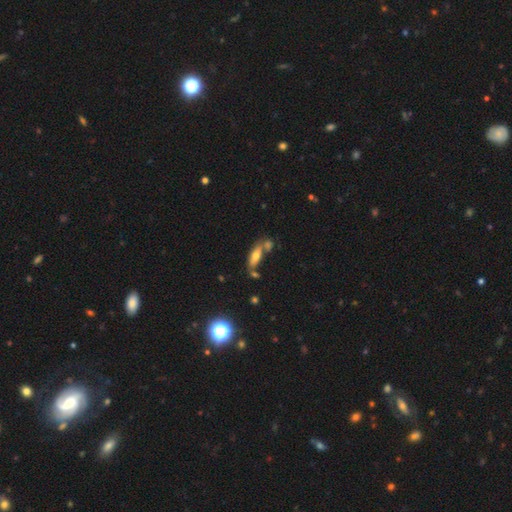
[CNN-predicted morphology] A smooth galaxy with no disk features (60%) that is in between round and cigar-shaped (66%).

Vote fractions:
- Smooth or featured? smooth: 60% / featured or disk: 29% / star or artifact: 11%
- How rounded? in between: 66% / cigar-shaped: 31% / round: 3%
- Merging? none: 50% / merger: 29% / minor disturbance: 15% / major disturbance: 6%